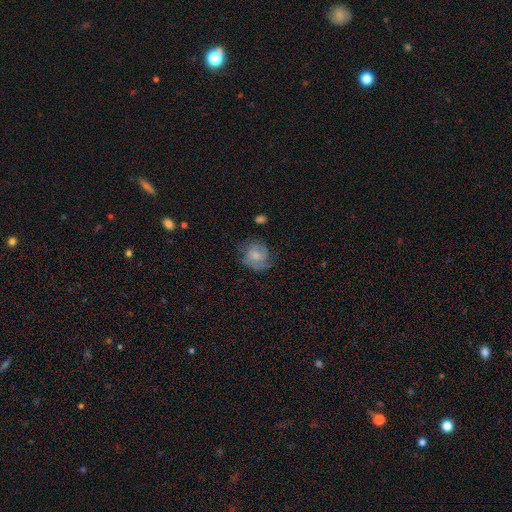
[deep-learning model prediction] Morphology: type=smooth (50%); merging=none (60%).